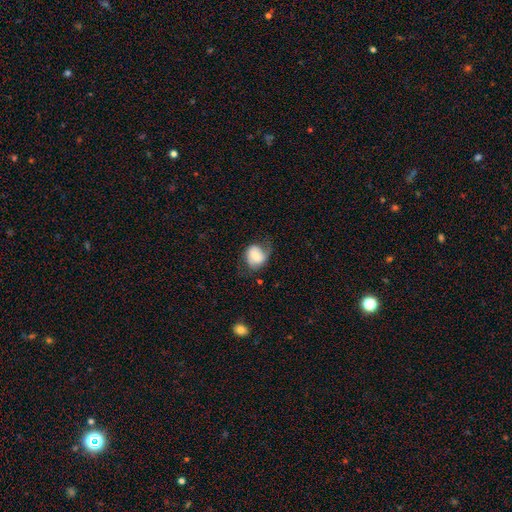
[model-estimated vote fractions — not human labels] Morphology: type=smooth (58%); roundness=round (57%); merging=none (47%).